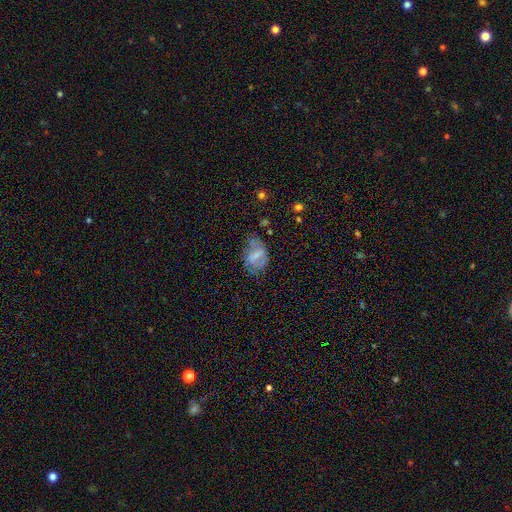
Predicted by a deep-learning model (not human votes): Smooth or featured? Predicted: smooth (p=0.45). Merging? Predicted: none (p=0.41).